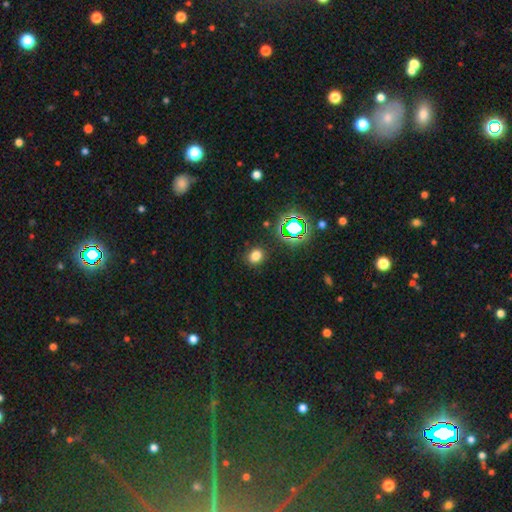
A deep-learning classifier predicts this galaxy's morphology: Smooth or featured?
  - smooth: 74% *
  - star or artifact: 20%
  - featured or disk: 5%
How rounded?
  - round: 56% *
  - in between: 43%
  - cigar-shaped: 1%
Merging?
  - none: 87% *
  - minor disturbance: 8%
  - major disturbance: 3%
  - merger: 2%